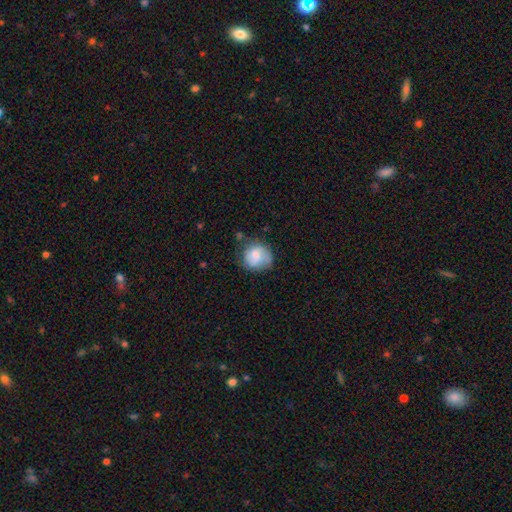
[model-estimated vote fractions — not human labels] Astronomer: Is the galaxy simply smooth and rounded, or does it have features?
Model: smooth — 67%.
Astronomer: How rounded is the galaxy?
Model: round — 78%.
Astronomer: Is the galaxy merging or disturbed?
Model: none — 55%.